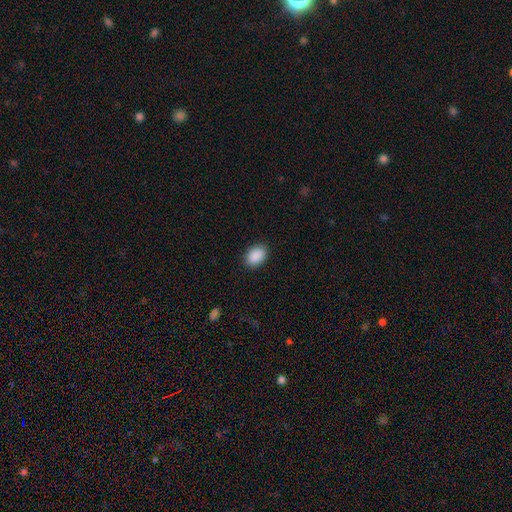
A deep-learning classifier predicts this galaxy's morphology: smooth_or_featured: smooth (p=0.90) [alt: star or artifact p=0.07]
how_rounded: in between (p=0.82) [alt: round p=0.17]
merging: none (p=0.89) [alt: minor disturbance p=0.08]